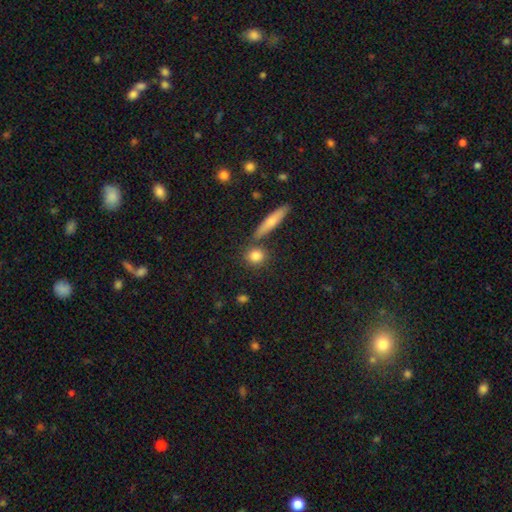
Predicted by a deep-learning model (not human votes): Smooth or featured? Predicted: smooth (p=0.81). How rounded? Predicted: round (p=0.71). Merging? Predicted: none (p=0.76).